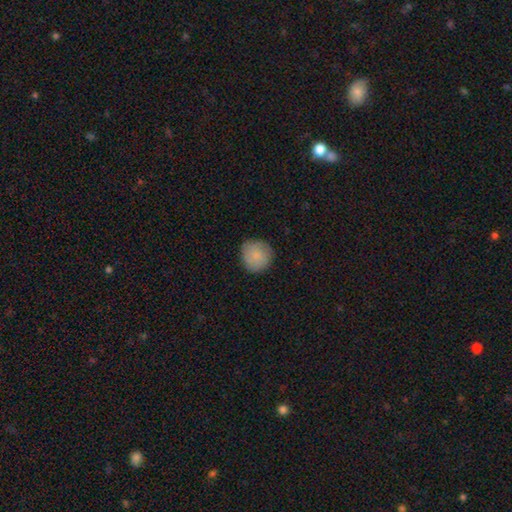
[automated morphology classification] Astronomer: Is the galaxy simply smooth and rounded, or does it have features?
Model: smooth — 83%.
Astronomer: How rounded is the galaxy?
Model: round — 91%.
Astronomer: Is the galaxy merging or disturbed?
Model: none — 82%.